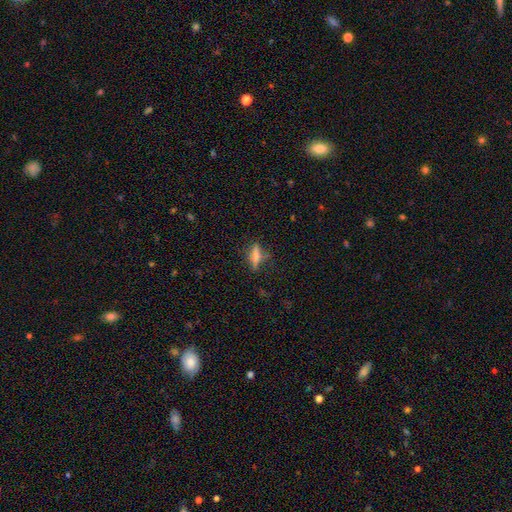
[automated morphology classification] Smooth or featured? smooth (62%)
How rounded? cigar-shaped (64%)
Merging? none (73%)